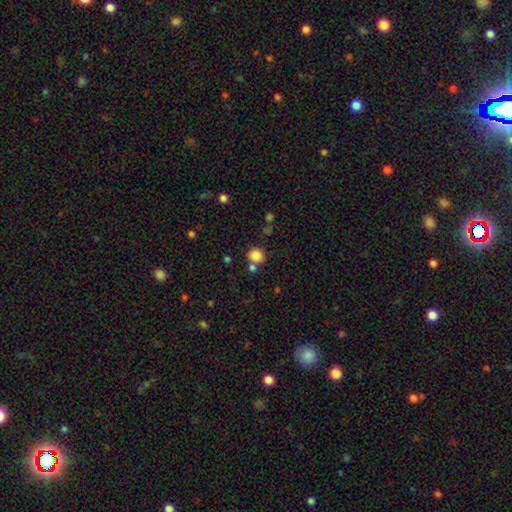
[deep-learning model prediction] Smooth or featured? Predicted: smooth (p=0.85). How rounded? Predicted: round (p=0.80). Merging? Predicted: none (p=0.66).